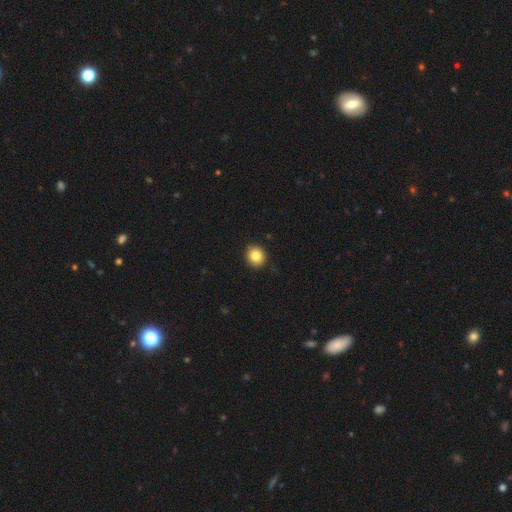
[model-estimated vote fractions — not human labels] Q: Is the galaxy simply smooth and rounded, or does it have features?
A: smooth — 83%.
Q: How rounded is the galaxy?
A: round — 79%.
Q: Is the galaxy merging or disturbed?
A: none — 91%.